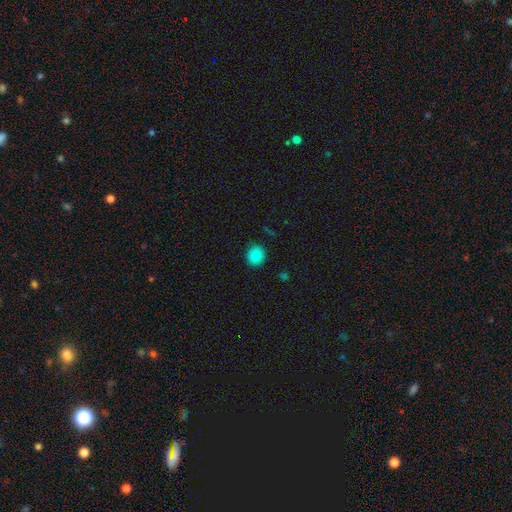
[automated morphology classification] smooth-or-featured: smooth: 85% | star or artifact: 10% | featured or disk: 5%
  how-rounded: round: 83% | in between: 16% | cigar-shaped: 1%
  merging: none: 90% | minor disturbance: 7% | major disturbance: 2% | merger: 1%